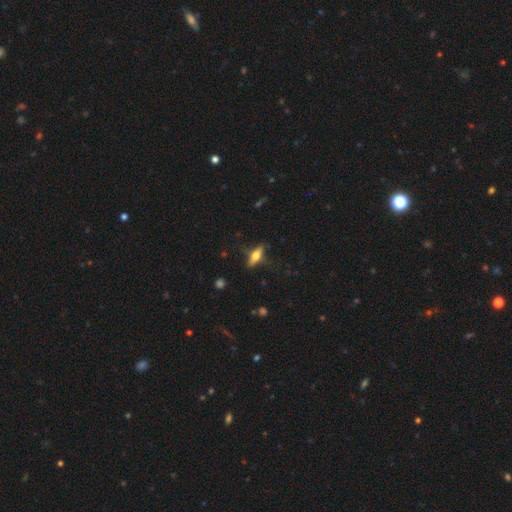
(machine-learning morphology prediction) Q: Smooth or featured?
A: featured or disk (49%); runner-up: smooth (43%)
Q: Merging?
A: none (76%); runner-up: minor disturbance (16%)